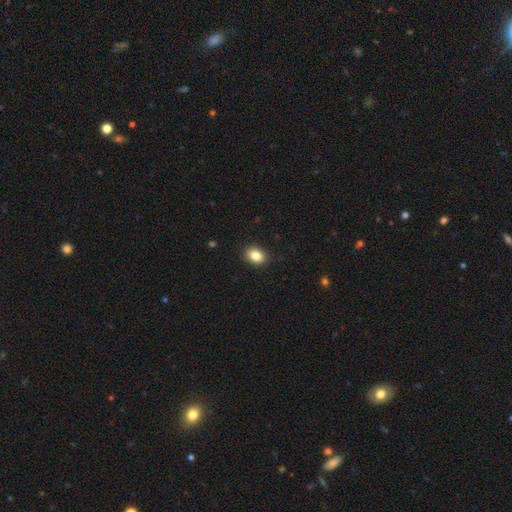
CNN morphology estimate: This is clearly a smooth galaxy (85%). How rounded: likely in between (65%). Merging: clearly none (88%).